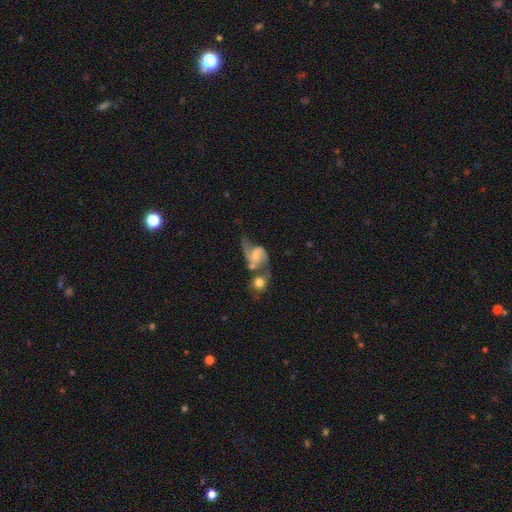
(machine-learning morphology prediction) This is likely a featured or disk galaxy (78%). It is clearly not viewed edge-on (97%). Bar: possibly weak (48%). Spiral arm pattern: clearly yes (92%). Spiral arm count: clearly 2 (84%). Spiral winding: likely loose (60%). Central bulge: marginally small (41%). Merging: possibly merger (46%).